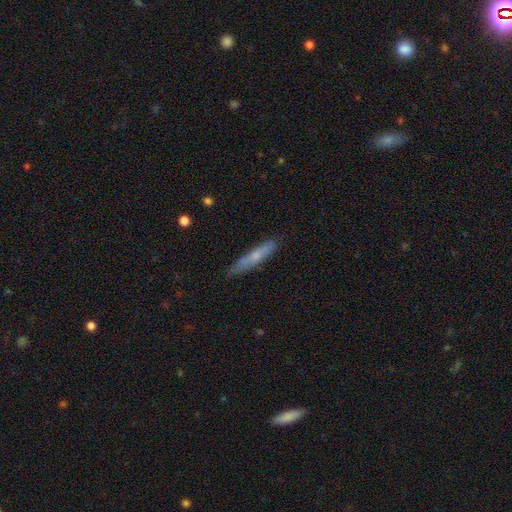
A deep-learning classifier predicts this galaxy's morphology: Smooth or featured: smooth — 56% (featured or disk — 38%)
How rounded: cigar-shaped — 89% (in between — 9%)
Merging: none — 81% (minor disturbance — 15%)